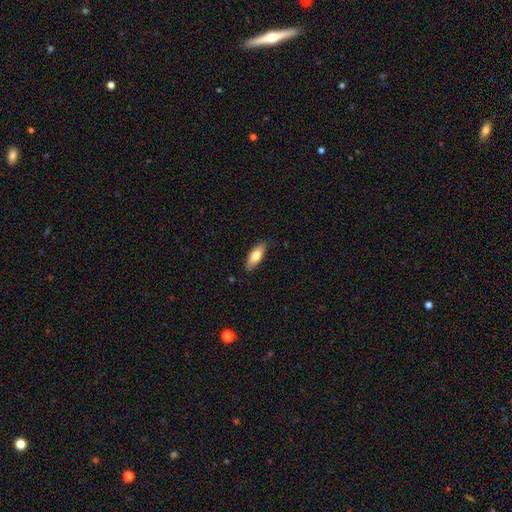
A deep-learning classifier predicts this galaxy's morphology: This appears to be a smooth galaxy with no disk features (75%) that is in between round and cigar-shaped (69%). Merging: none (85%).